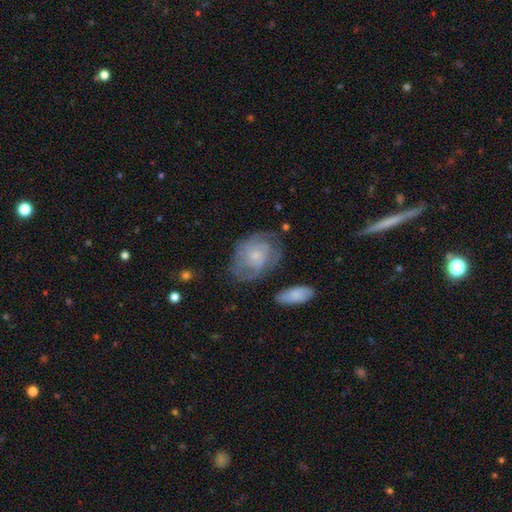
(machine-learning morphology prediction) Q: Smooth or featured?
A: featured or disk (61%); runner-up: smooth (32%)
Q: Edge-on disk?
A: no (97%); runner-up: yes (3%)
Q: Bar?
A: no (77%); runner-up: weak (20%)
Q: Spiral arms?
A: yes (78%); runner-up: no (22%)
Q: Bulge size?
A: small (70%); runner-up: moderate (22%)
Q: Merging?
A: none (57%); runner-up: minor disturbance (25%)